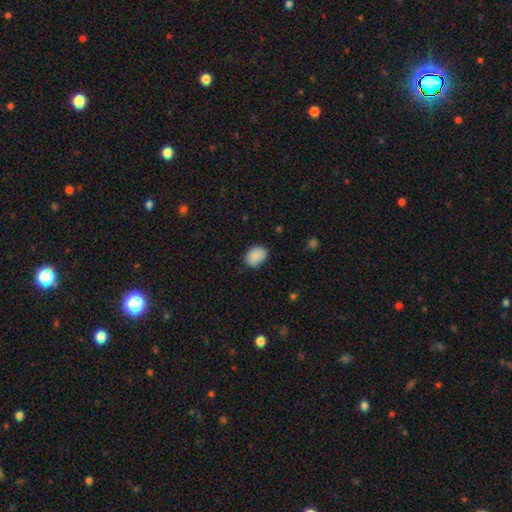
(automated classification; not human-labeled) Smooth or featured? smooth (88%)
How rounded? in between (63%)
Merging? none (78%)